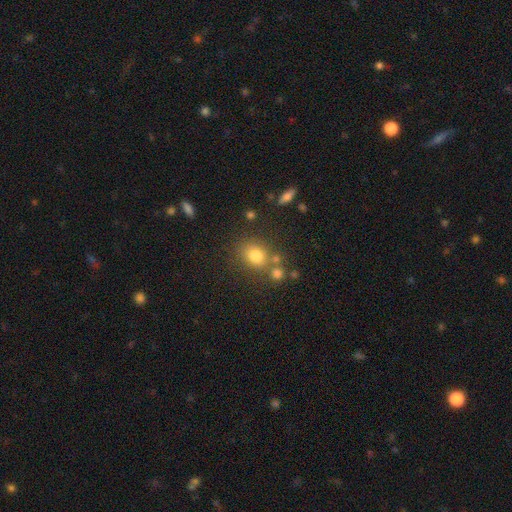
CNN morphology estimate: smooth-or-featured: smooth: 78% | star or artifact: 13% | featured or disk: 9%
  how-rounded: round: 57% | in between: 41% | cigar-shaped: 1%
  merging: none: 65% | merger: 16% | minor disturbance: 14% | major disturbance: 5%